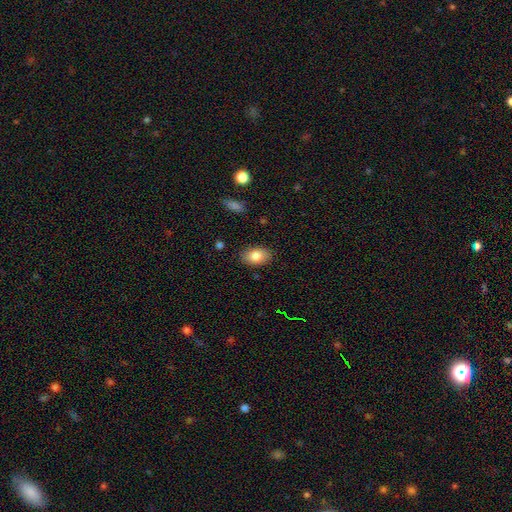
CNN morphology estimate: A smooth galaxy with no disk features (84%) that is in between round and cigar-shaped (88%). Merging: none (86%).